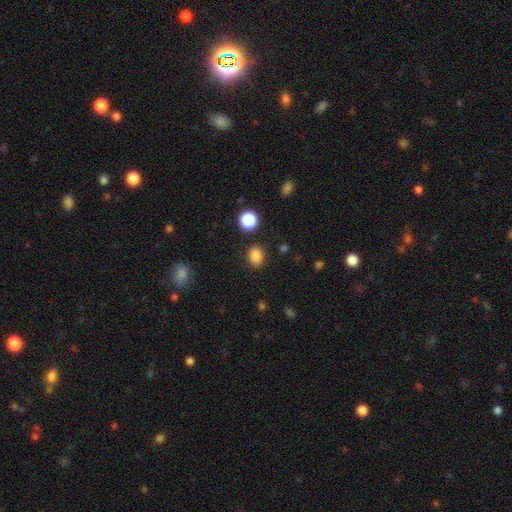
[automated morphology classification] Smooth or featured?
  - smooth: 85% *
  - star or artifact: 12%
  - featured or disk: 4%
How rounded?
  - in between: 62% *
  - round: 37%
  - cigar-shaped: 1%
Merging?
  - none: 85% *
  - minor disturbance: 9%
  - major disturbance: 3%
  - merger: 3%